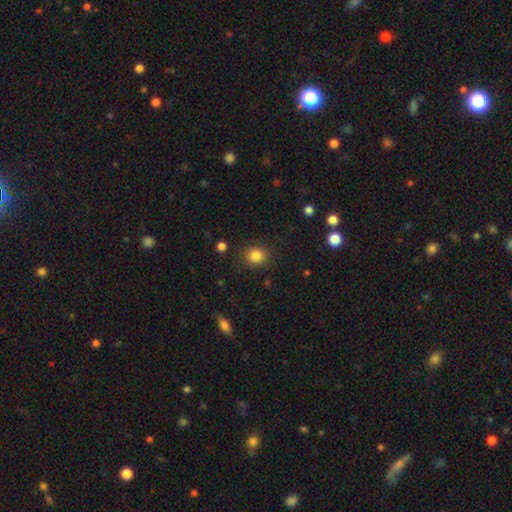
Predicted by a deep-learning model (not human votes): A smooth galaxy with no disk features (84%) that is round (81%). Merging: none (88%).